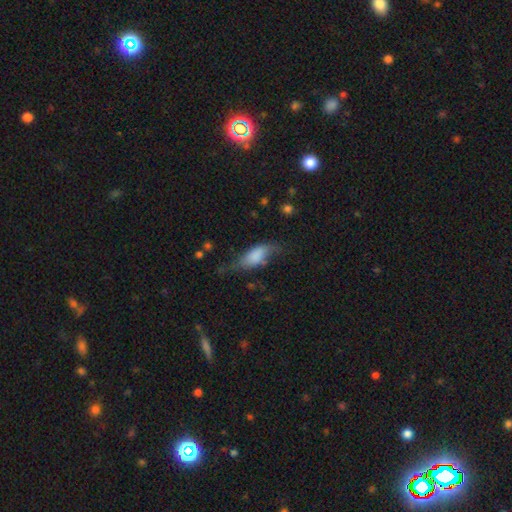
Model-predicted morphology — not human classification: Smooth or featured? smooth (71%)
How rounded? in between (80%)
Merging? none (38%)